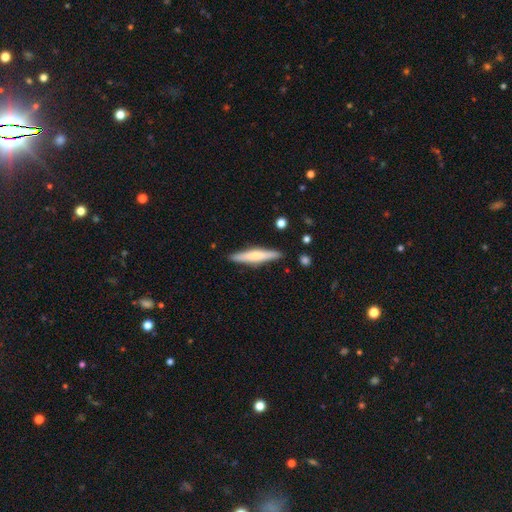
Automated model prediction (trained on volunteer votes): Morphology: type=smooth (54%); roundness=cigar-shaped (89%); merging=none (89%).